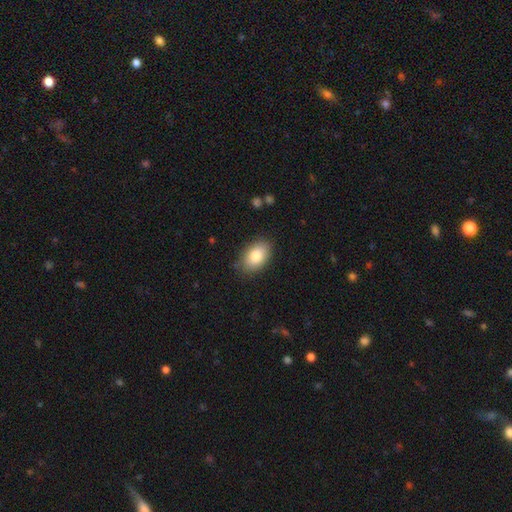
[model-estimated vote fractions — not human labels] Q: Smooth or featured?
A: smooth (82%); runner-up: featured or disk (11%)
Q: How rounded?
A: in between (90%); runner-up: round (9%)
Q: Merging?
A: none (84%); runner-up: minor disturbance (12%)